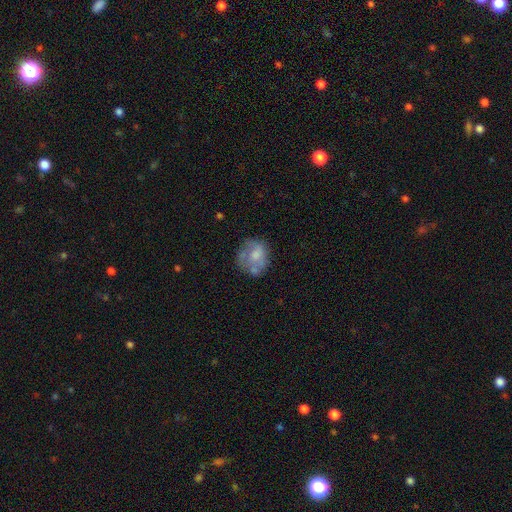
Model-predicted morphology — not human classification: Smooth or featured?
  - smooth: 53% *
  - featured or disk: 38%
  - star or artifact: 9%
How rounded?
  - round: 68% *
  - in between: 31%
  - cigar-shaped: 1%
Merging?
  - none: 48% *
  - minor disturbance: 25%
  - major disturbance: 17%
  - merger: 10%